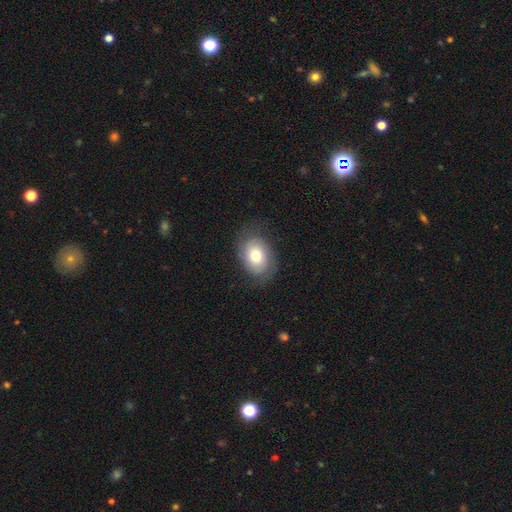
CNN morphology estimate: smooth 65%, featured or disk 27%, star or artifact 8%. Down the decision tree: how rounded — in between (71%); merging — none (75%).